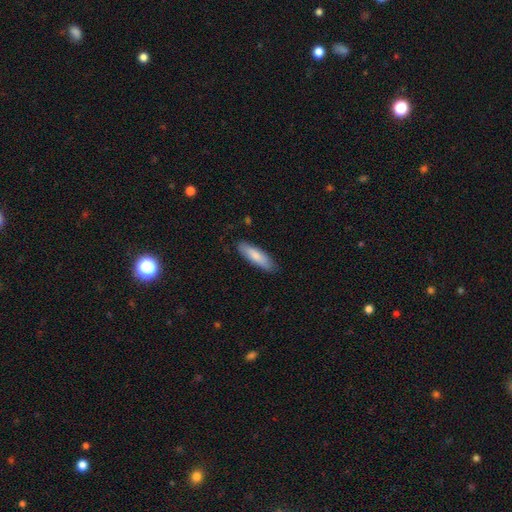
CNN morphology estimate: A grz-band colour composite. It shows a smooth galaxy with no disk features (81%) that is cigar-shaped (59%). Merging: none (84%).